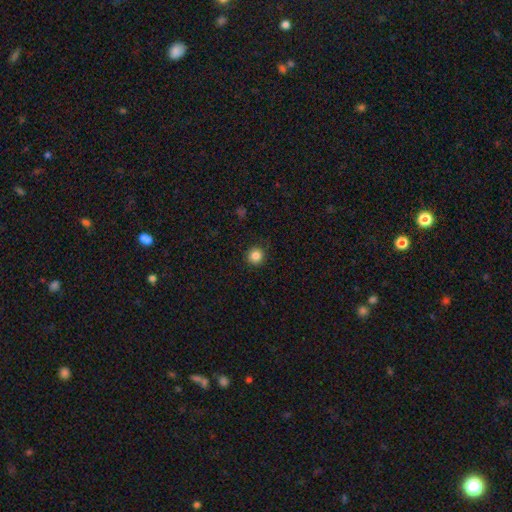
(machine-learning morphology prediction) type=smooth (85%); roundness=round (95%); merging=none (90%).